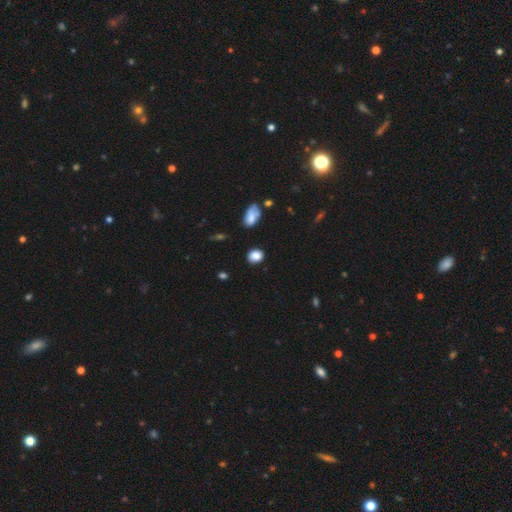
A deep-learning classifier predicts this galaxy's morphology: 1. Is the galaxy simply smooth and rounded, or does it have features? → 85% smooth, 10% star or artifact, 5% featured or disk.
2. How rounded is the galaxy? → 60% round, 39% in between, 2% cigar-shaped.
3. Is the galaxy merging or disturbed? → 83% none, 12% minor disturbance, 3% major disturbance, 2% merger.